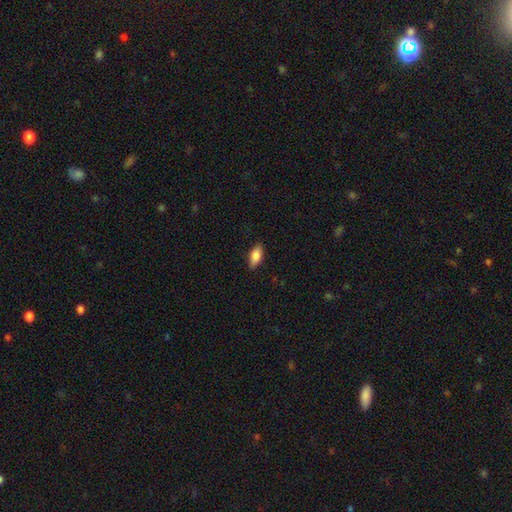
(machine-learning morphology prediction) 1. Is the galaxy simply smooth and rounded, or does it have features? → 82% smooth, 12% featured or disk, 7% star or artifact.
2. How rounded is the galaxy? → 84% in between, 14% cigar-shaped, 3% round.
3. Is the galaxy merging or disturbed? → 86% none, 11% minor disturbance, 2% major disturbance, 1% merger.